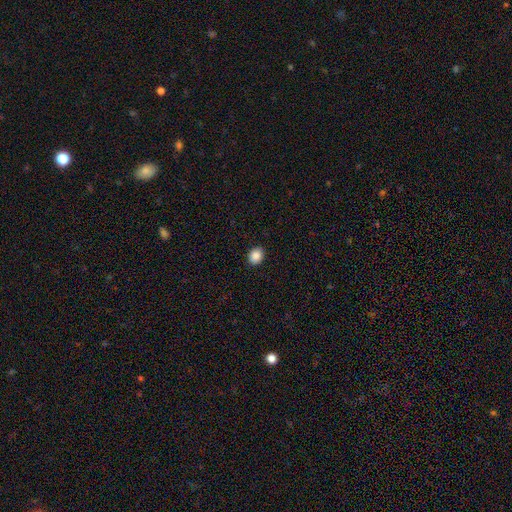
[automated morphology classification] Q: Smooth or featured?
A: smooth (88%); runner-up: star or artifact (9%)
Q: How rounded?
A: round (53%); runner-up: in between (46%)
Q: Merging?
A: none (91%); runner-up: minor disturbance (6%)